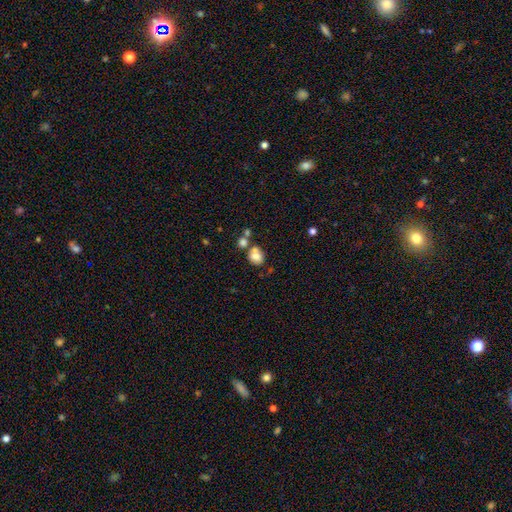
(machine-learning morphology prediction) Smooth or featured: smooth — 73% (featured or disk — 16%)
How rounded: round — 62% (in between — 37%)
Merging: none — 47% (merger — 34%)